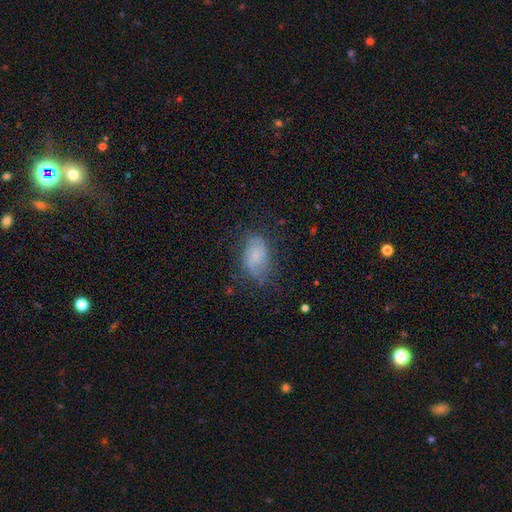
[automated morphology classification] A smooth galaxy with no disk features (49%).

Vote fractions:
- Smooth or featured? smooth: 49% / featured or disk: 41% / star or artifact: 10%
- Merging? none: 54% / minor disturbance: 29% / major disturbance: 16% / merger: 2%